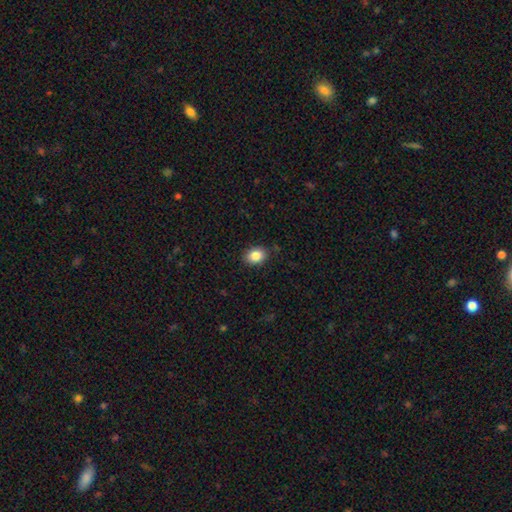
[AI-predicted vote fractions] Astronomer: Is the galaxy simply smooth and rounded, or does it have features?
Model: smooth — 86%.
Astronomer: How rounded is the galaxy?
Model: in between — 65%.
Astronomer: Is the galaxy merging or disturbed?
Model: none — 86%.